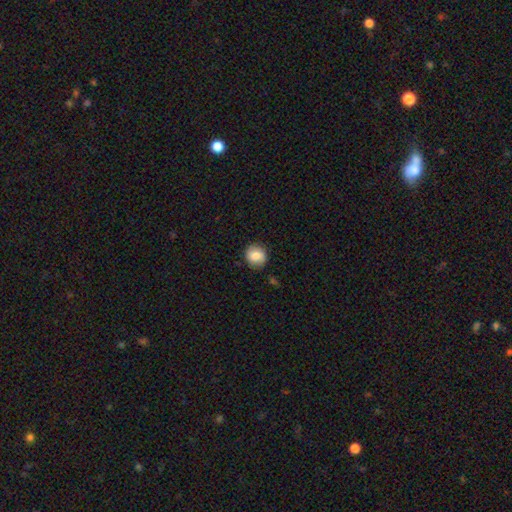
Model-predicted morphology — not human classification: This appears to be a smooth galaxy with no disk features (78%) that is round (86%). Merging: none (86%).